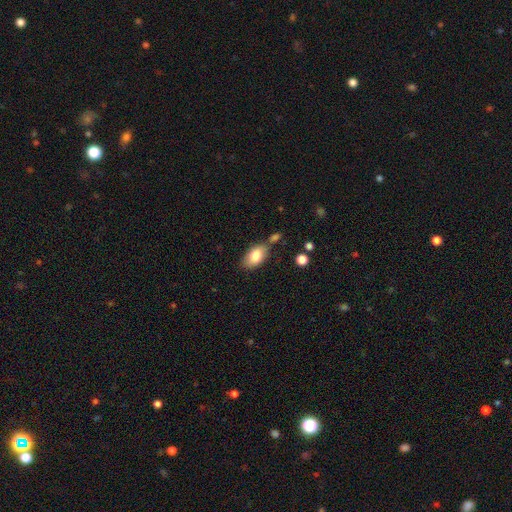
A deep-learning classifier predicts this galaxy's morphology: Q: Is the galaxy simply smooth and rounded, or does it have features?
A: smooth — 81%.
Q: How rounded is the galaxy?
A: in between — 92%.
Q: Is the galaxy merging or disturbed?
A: none — 66%.